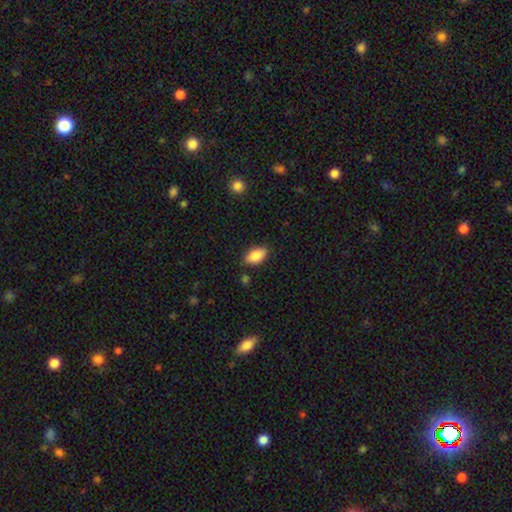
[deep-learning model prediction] Morphology: type=smooth (85%); roundness=in between (91%); merging=none (82%).